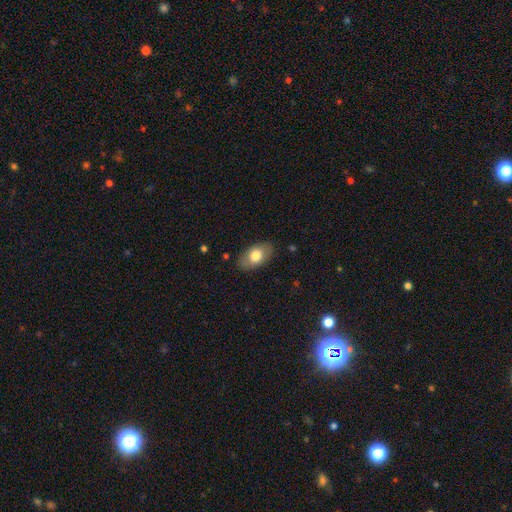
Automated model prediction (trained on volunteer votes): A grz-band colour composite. It shows a smooth galaxy with no disk features (73%) that is in between round and cigar-shaped (91%). Merging: none (83%).